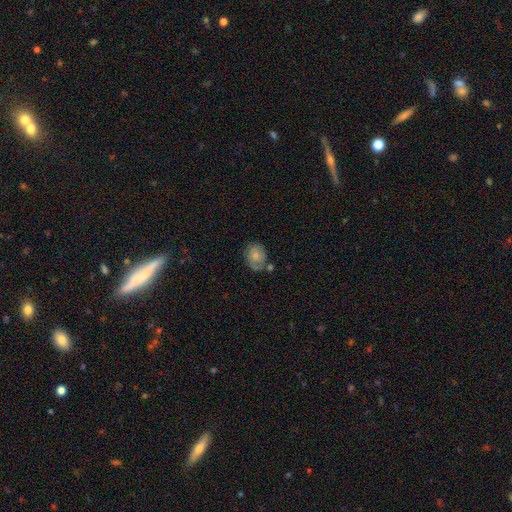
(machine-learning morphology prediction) Smooth or featured?
  - smooth: 70% *
  - featured or disk: 22%
  - star or artifact: 8%
How rounded?
  - in between: 51% *
  - round: 48%
  - cigar-shaped: 1%
Merging?
  - none: 58% *
  - minor disturbance: 24%
  - merger: 10%
  - major disturbance: 7%